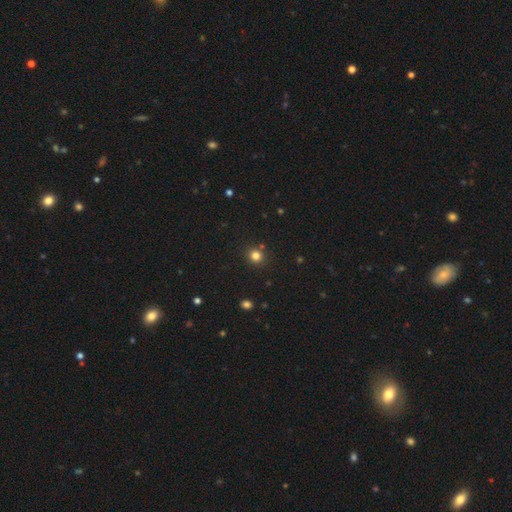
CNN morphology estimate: Overall: smooth (80%). How rounded: round (88%). Merging: none (84%).